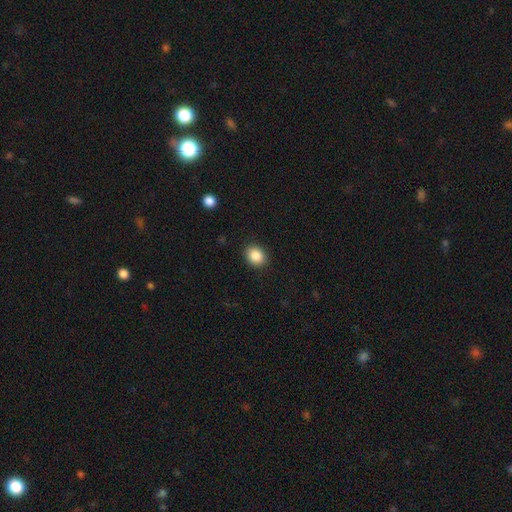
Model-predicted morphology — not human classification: smooth_or_featured: smooth (p=0.87) [alt: star or artifact p=0.09]
how_rounded: round (p=0.54) [alt: in between p=0.45]
merging: none (p=0.90) [alt: minor disturbance p=0.07]